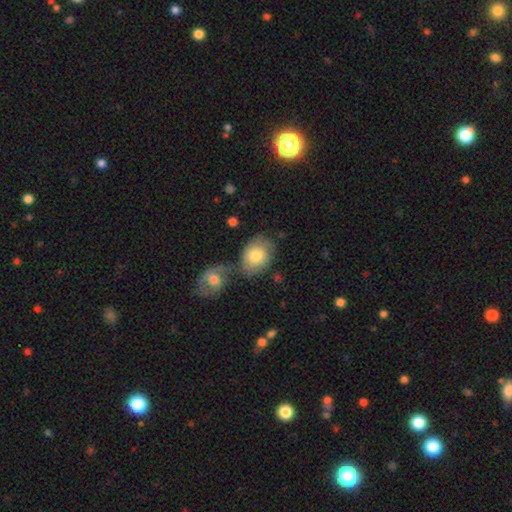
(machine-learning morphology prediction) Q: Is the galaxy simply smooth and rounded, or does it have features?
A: smooth — 78%.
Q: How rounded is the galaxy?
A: in between — 67%.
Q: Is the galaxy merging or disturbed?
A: none — 51%.